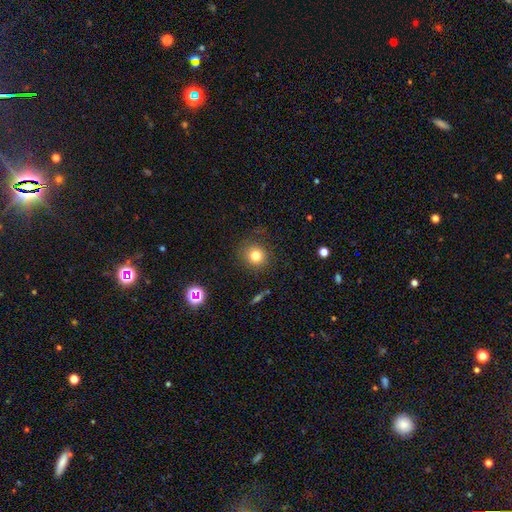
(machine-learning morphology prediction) Smooth or featured? Predicted: smooth (p=0.79). How rounded? Predicted: round (p=0.91). Merging? Predicted: none (p=0.85).